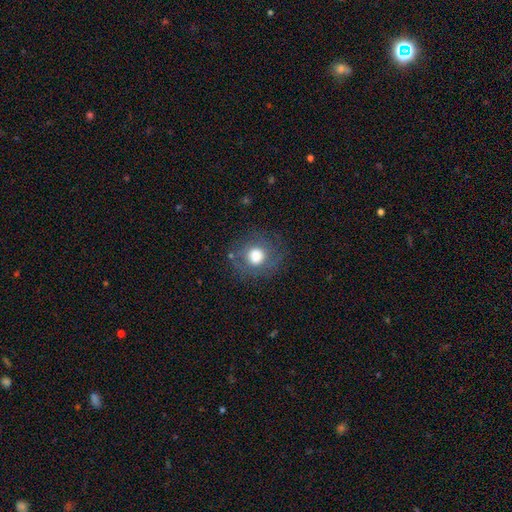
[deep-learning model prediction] Morphology: type=smooth (69%); roundness=round (89%); merging=none (74%).